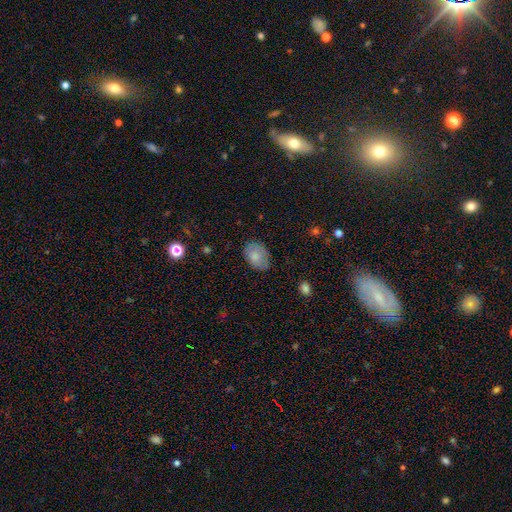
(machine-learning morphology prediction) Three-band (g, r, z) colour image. It shows a smooth galaxy with no disk features (79%) that is in between round and cigar-shaped (82%). Merging: none (75%).